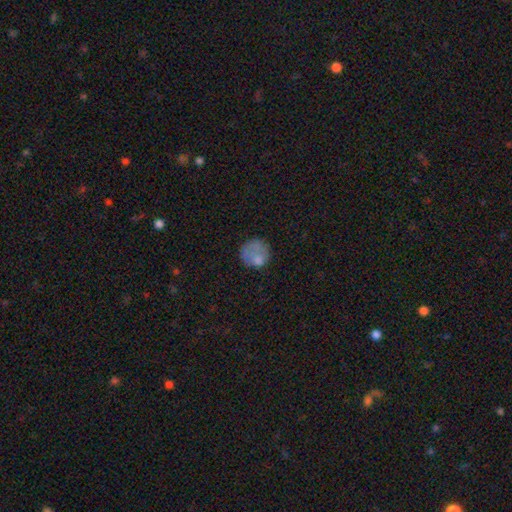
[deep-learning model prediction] A smooth galaxy with no disk features (72%) that is round (84%).

Vote fractions:
- Smooth or featured? smooth: 72% / featured or disk: 18% / star or artifact: 10%
- How rounded? round: 84% / in between: 15% / cigar-shaped: 1%
- Merging? none: 56% / minor disturbance: 23% / major disturbance: 16% / merger: 5%